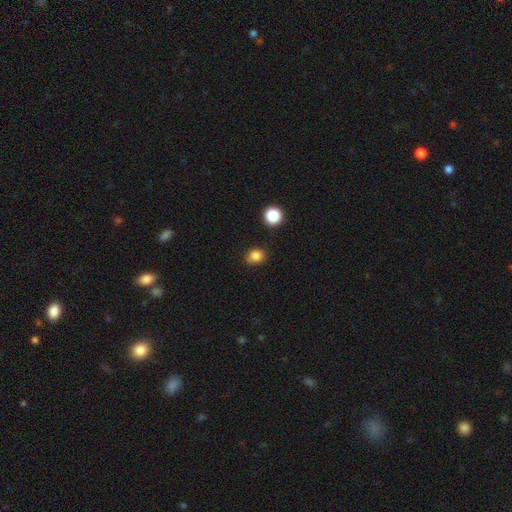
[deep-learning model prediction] smooth_or_featured: smooth (p=0.82) [alt: star or artifact p=0.13]
how_rounded: round (p=0.70) [alt: in between p=0.29]
merging: none (p=0.74) [alt: minor disturbance p=0.19]